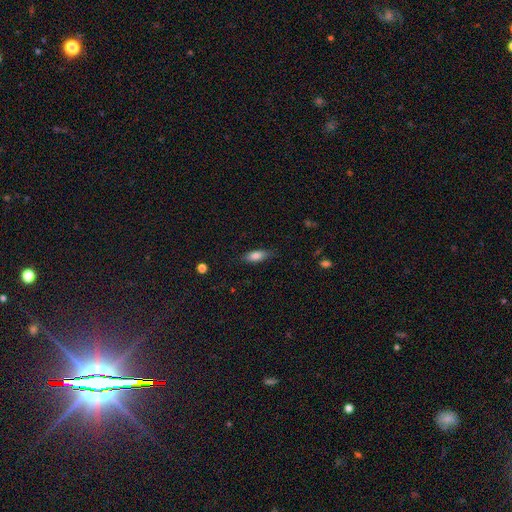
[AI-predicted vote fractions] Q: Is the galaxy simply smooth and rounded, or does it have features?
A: smooth — 81%.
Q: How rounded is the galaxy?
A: in between — 72%.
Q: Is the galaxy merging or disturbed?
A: none — 79%.